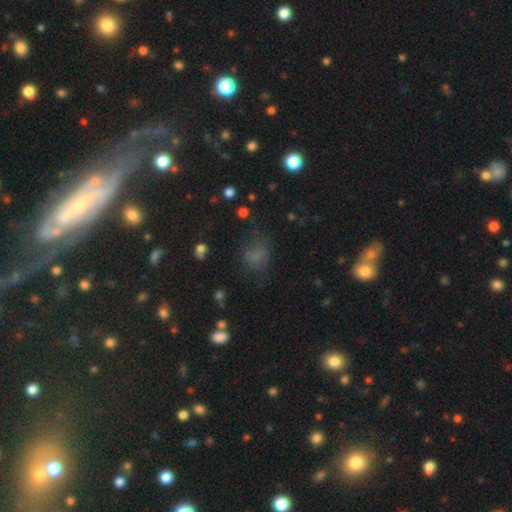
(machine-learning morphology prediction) smooth-or-featured: smooth: 66% | star or artifact: 22% | featured or disk: 12%
  how-rounded: in between: 50% | round: 48% | cigar-shaped: 2%
  merging: none: 57% | minor disturbance: 23% | major disturbance: 17% | merger: 3%